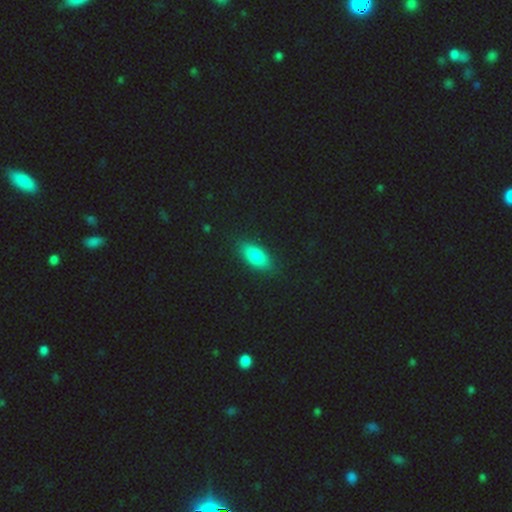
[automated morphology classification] Smooth or featured? smooth (81%)
How rounded? in between (86%)
Merging? none (86%)